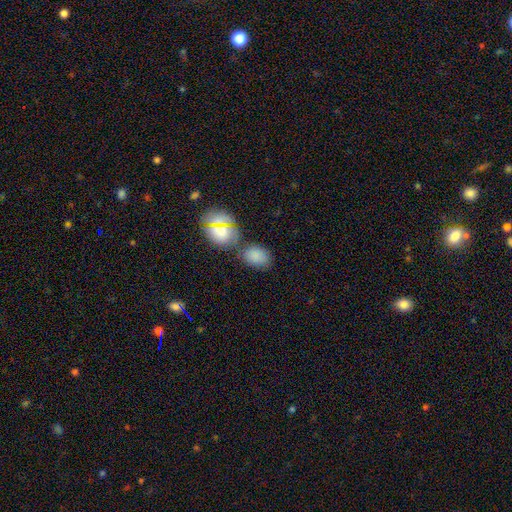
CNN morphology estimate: The model was most divided on "merging": none: 62%, merger: 18%, minor disturbance: 15%, major disturbance: 5%. More confident: smooth or featured — smooth (78%); how rounded — in between (74%).